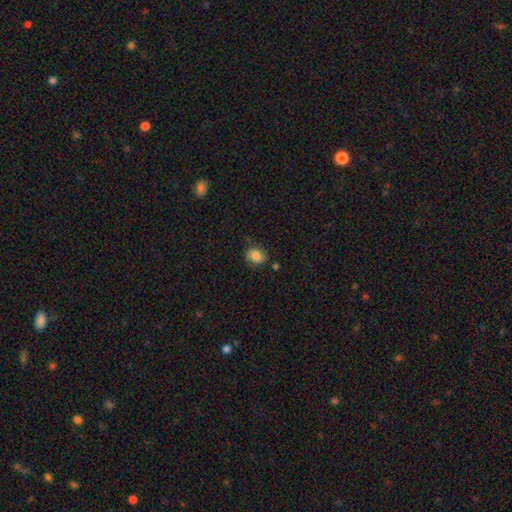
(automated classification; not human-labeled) The model was most divided on "how rounded": round: 58%, in between: 41%, cigar-shaped: 1%. More confident: smooth or featured — smooth (81%); merging — none (74%).